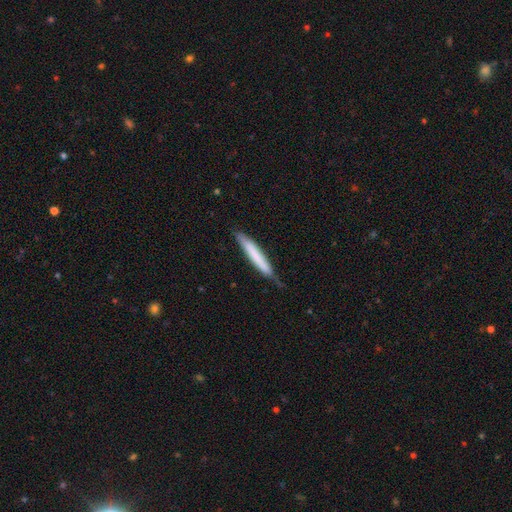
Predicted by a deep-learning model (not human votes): Q: Smooth or featured?
A: smooth (69%); runner-up: featured or disk (26%)
Q: How rounded?
A: cigar-shaped (95%); runner-up: in between (4%)
Q: Merging?
A: none (70%); runner-up: minor disturbance (24%)